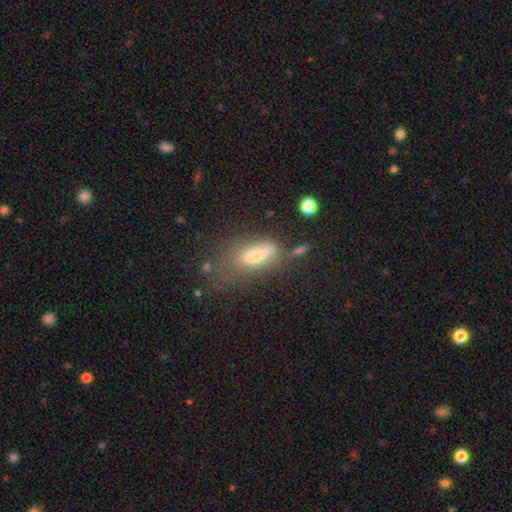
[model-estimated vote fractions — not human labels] Smooth or featured? Predicted: smooth (p=0.60). How rounded? Predicted: in between (p=0.68). Merging? Predicted: none (p=0.31, tied with major disturbance).